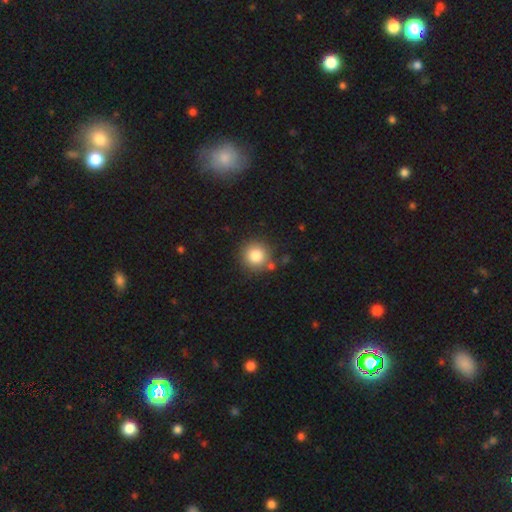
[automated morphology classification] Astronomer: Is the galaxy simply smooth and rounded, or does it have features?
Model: smooth — 83%.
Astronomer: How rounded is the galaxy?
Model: round — 94%.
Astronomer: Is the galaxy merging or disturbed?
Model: none — 81%.